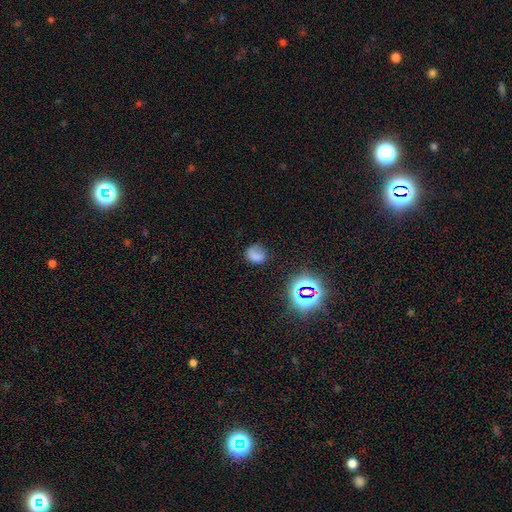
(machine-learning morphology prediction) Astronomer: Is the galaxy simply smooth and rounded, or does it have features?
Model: smooth — 65%.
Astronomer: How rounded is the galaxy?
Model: round — 58% (runner-up: in between, 41%).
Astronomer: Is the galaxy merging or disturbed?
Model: none — 58%.